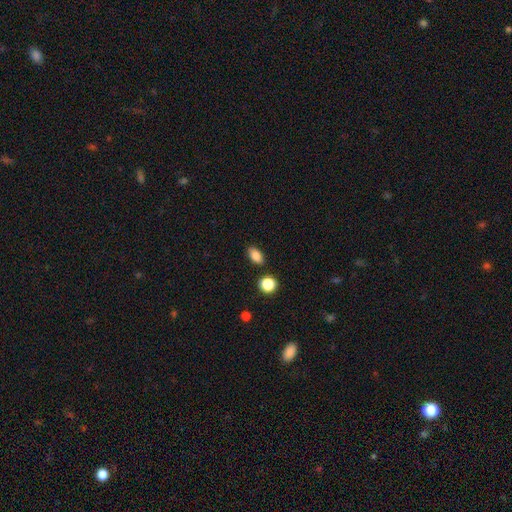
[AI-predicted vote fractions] A smooth galaxy with no disk features (86%) that is in between round and cigar-shaped (86%). Merging: none (85%).